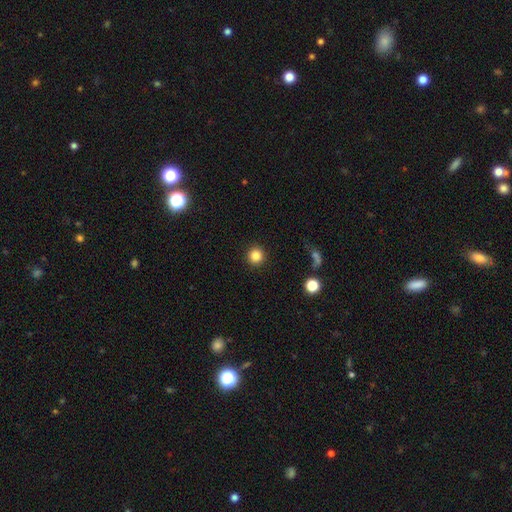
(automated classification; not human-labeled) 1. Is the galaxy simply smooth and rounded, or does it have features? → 84% smooth, 11% star or artifact, 5% featured or disk.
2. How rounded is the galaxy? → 95% round, 4% in between, 1% cigar-shaped.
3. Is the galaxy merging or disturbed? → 92% none, 5% minor disturbance, 2% major disturbance, 1% merger.